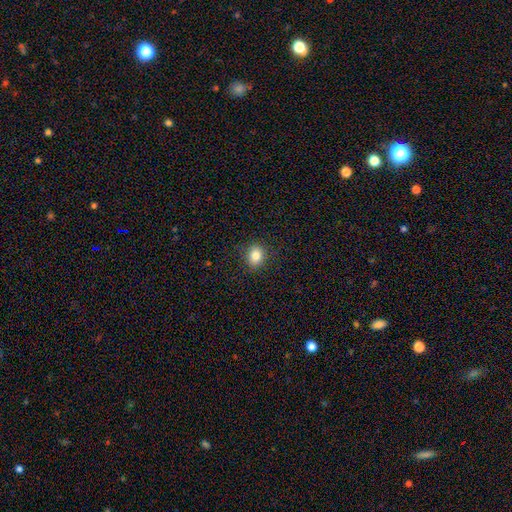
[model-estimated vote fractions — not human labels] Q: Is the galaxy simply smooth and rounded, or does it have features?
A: smooth — 83%.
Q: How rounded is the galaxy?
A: round — 56%.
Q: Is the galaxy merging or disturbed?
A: none — 87%.